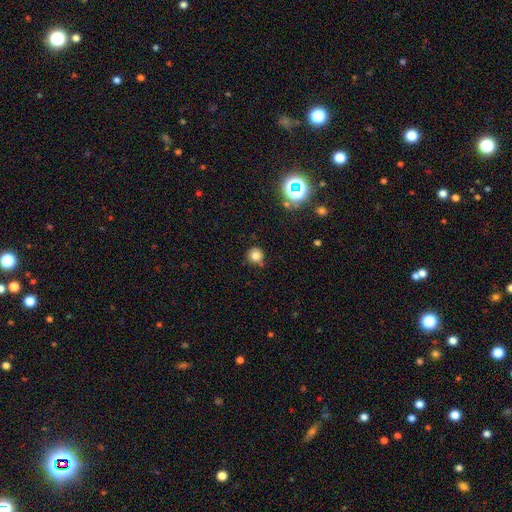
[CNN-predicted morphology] type=smooth (79%); roundness=round (92%); merging=none (78%).